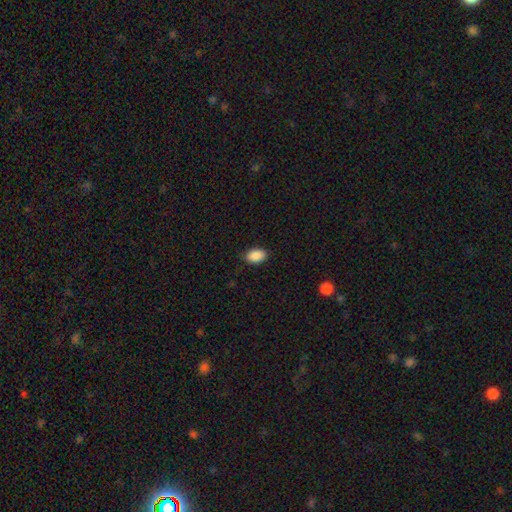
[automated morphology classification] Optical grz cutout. It shows a smooth galaxy with no disk features (90%) that is in between round and cigar-shaped (88%). Merging: none (87%).